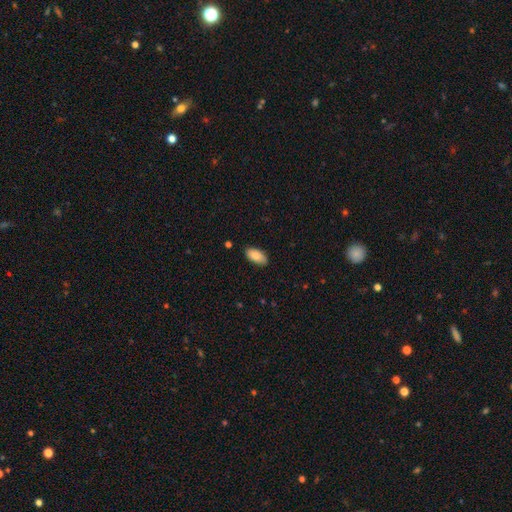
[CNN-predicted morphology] This is clearly a smooth galaxy (85%). How rounded: clearly in between (94%). Merging: clearly none (84%).